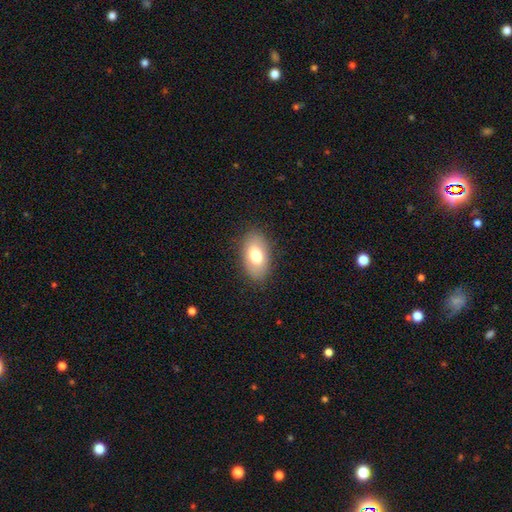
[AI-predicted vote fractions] smooth 74%, featured or disk 18%, star or artifact 8%. Down the decision tree: how rounded — in between (92%); merging — none (85%).